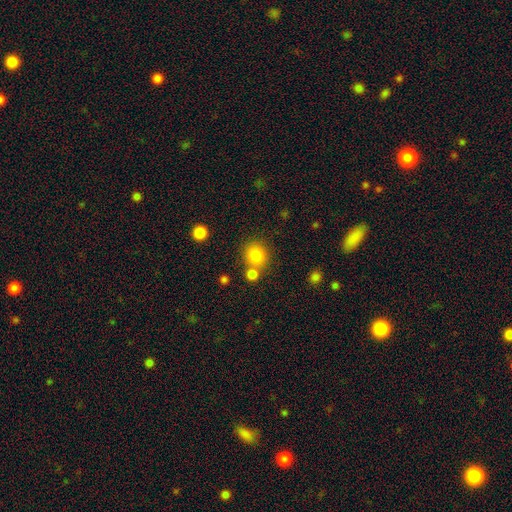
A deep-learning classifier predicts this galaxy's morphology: The model was most divided on "merging": none: 68%, merger: 20%, minor disturbance: 8%, major disturbance: 3%. More confident: how rounded — round (86%); smooth or featured — smooth (83%).